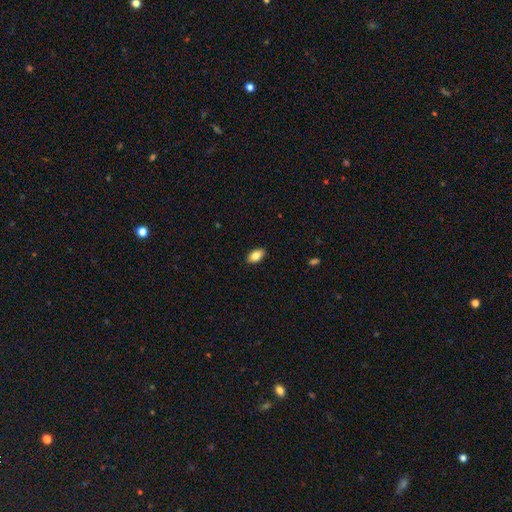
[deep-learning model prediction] smooth_or_featured: smooth (p=0.85) [alt: featured or disk p=0.07]
how_rounded: in between (p=0.92) [alt: round p=0.06]
merging: none (p=0.89) [alt: minor disturbance p=0.08]